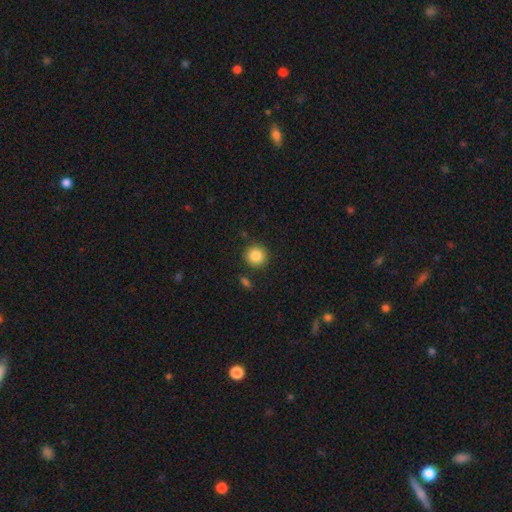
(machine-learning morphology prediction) Smooth or featured?
  - smooth: 86% *
  - star or artifact: 9%
  - featured or disk: 5%
How rounded?
  - round: 93% *
  - in between: 6%
  - cigar-shaped: 1%
Merging?
  - none: 87% *
  - minor disturbance: 7%
  - merger: 3%
  - major disturbance: 2%